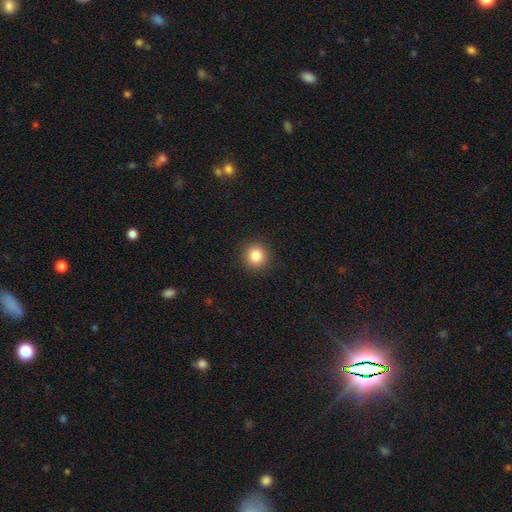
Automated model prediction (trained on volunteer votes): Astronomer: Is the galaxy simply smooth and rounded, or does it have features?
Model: smooth — 85%.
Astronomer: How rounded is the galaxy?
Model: round — 91%.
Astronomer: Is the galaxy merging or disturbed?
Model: none — 92%.